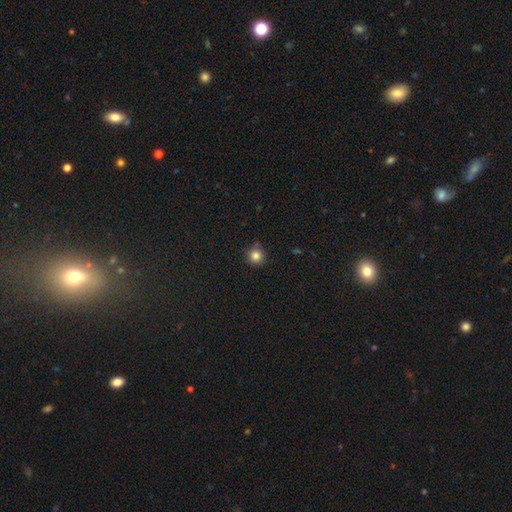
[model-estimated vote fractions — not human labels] Overall: smooth (83%). How rounded: round (95%). Merging: none (83%).